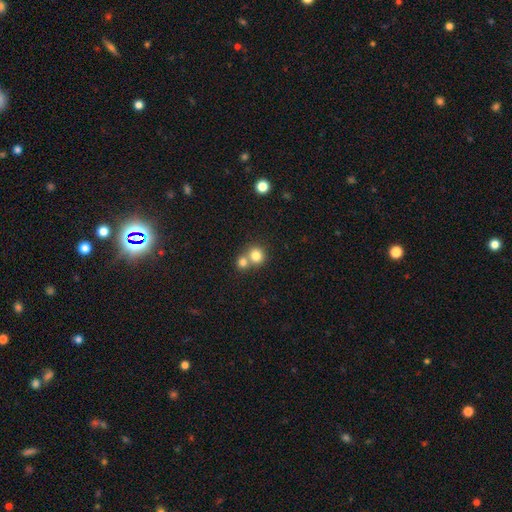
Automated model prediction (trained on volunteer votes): The model was most divided on "merging": merger: 49%, none: 44%, minor disturbance: 5%, major disturbance: 2%. More confident: how rounded — round (87%); smooth or featured — smooth (80%).